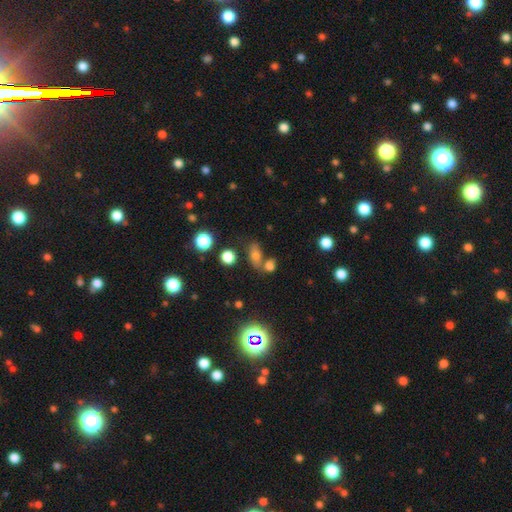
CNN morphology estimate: type=smooth (63%); roundness=in between (73%); merging=none (48%).